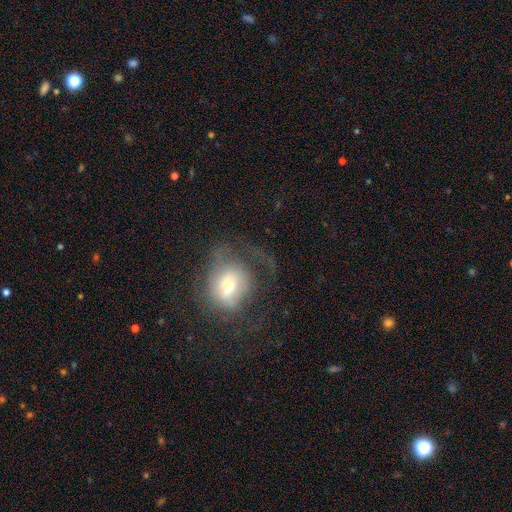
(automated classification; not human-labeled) Smooth or featured? featured or disk (48%)
Merging? none (49%)